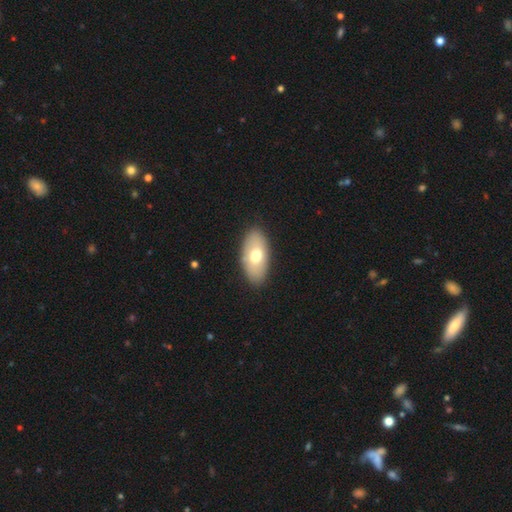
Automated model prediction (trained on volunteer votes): This is likely a smooth galaxy (66%). How rounded: clearly in between (93%). Merging: clearly none (86%).